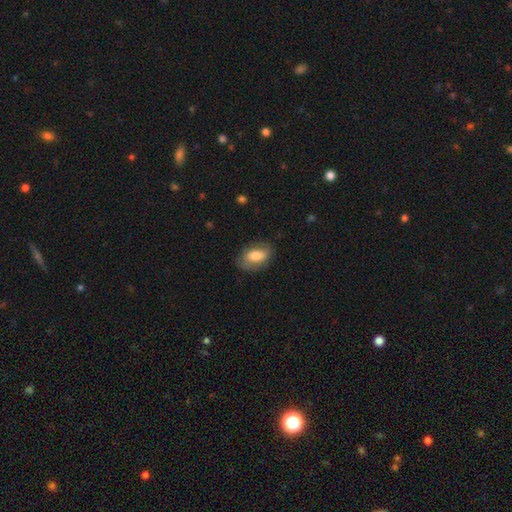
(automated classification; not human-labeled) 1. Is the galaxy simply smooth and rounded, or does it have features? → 64% smooth, 29% featured or disk, 7% star or artifact.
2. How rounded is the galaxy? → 88% in between, 8% round, 4% cigar-shaped.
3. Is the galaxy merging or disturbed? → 77% none, 17% minor disturbance, 5% major disturbance, 1% merger.